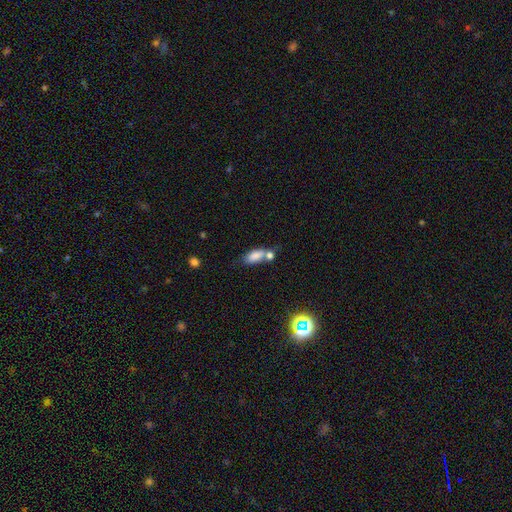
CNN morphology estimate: A smooth galaxy with no disk features (79%) that is in between round and cigar-shaped (80%). Merging: merger (42%).